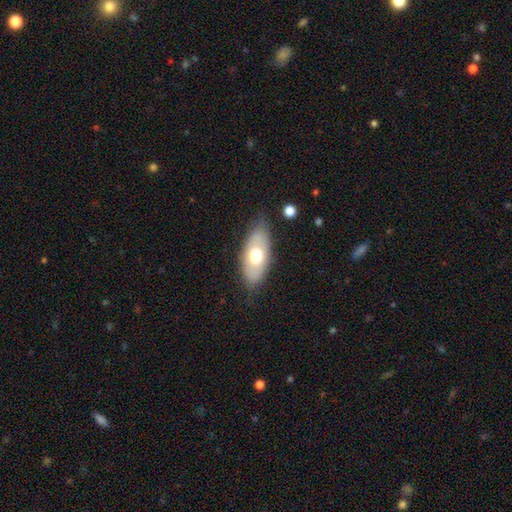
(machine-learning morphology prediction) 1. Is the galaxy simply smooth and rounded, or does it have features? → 62% smooth, 32% featured or disk, 7% star or artifact.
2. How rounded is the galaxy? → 87% in between, 9% cigar-shaped, 4% round.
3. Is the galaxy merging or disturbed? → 74% none, 19% minor disturbance, 5% major disturbance, 2% merger.